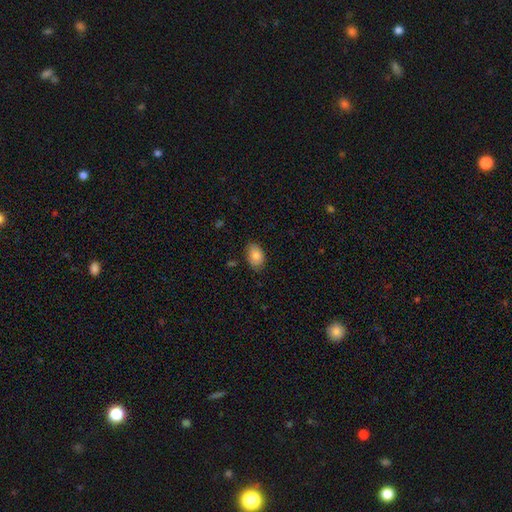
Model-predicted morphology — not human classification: This is clearly a smooth galaxy (81%). How rounded: clearly in between (86%). Merging: likely none (78%).